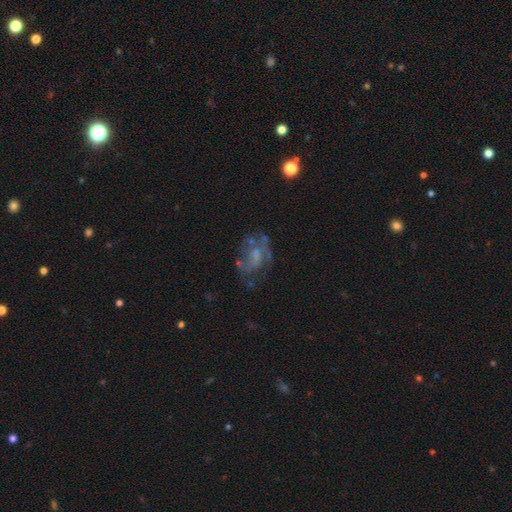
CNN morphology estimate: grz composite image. It shows a featured or disk galaxy (66%) with no bar (64%), spiral arms (60%) and no central bulge (40%). Merging: none (48%).